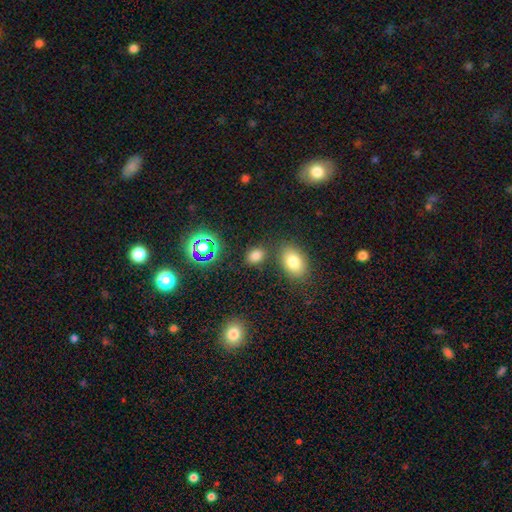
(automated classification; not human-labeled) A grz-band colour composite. It shows a smooth galaxy with no disk features (76%) that is in between round and cigar-shaped (69%). Merging: none (78%).